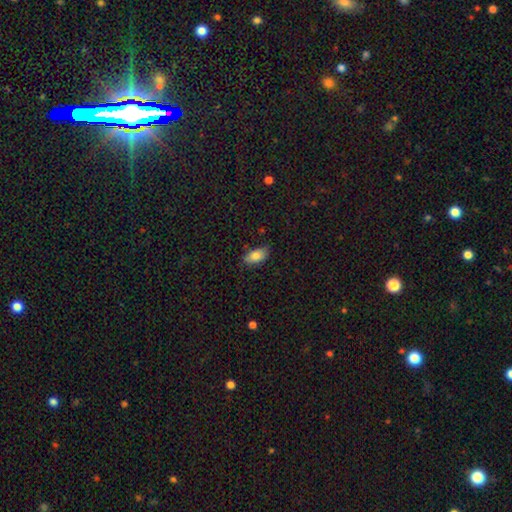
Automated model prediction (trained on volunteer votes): The model was most divided on "merging": none: 78%, minor disturbance: 18%, major disturbance: 3%, merger: 1%. More confident: how rounded — in between (92%); smooth or featured — smooth (82%).